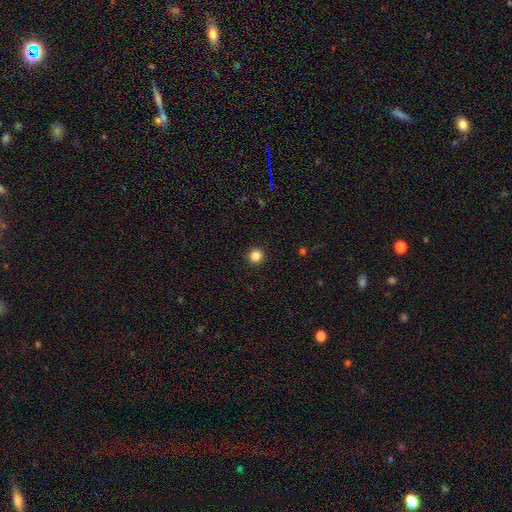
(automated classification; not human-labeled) Overall: smooth (85%). How rounded: round (94%). Merging: none (93%).